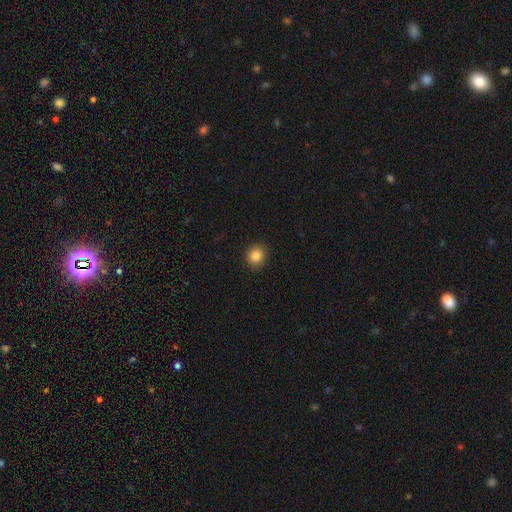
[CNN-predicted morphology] Smooth or featured?
  - smooth: 85% *
  - star or artifact: 10%
  - featured or disk: 4%
How rounded?
  - round: 79% *
  - in between: 20%
  - cigar-shaped: 1%
Merging?
  - none: 90% *
  - minor disturbance: 7%
  - major disturbance: 2%
  - merger: 1%